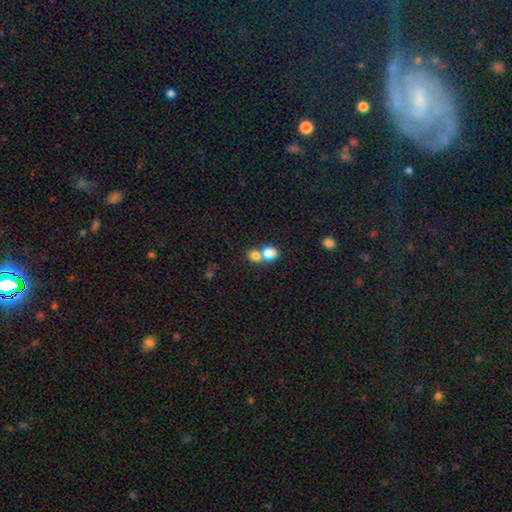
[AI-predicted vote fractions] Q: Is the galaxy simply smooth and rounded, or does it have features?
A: smooth — 77%.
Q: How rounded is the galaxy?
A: round — 63%.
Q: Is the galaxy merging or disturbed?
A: merger — 68%.